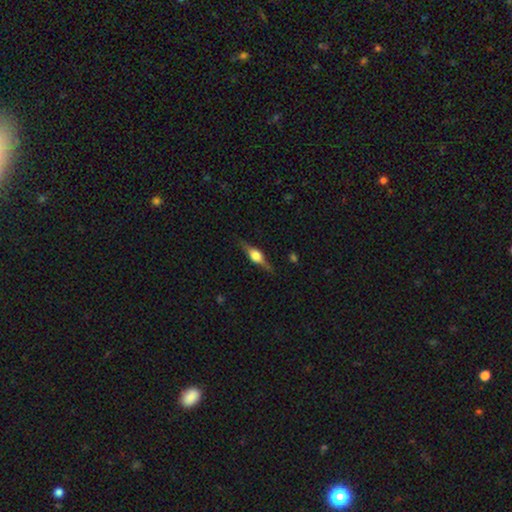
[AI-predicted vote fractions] Overall: featured or disk (71%). Edge-on disk: yes (97%). Edge-on bulge: rounded (91%). Merging: none (85%).